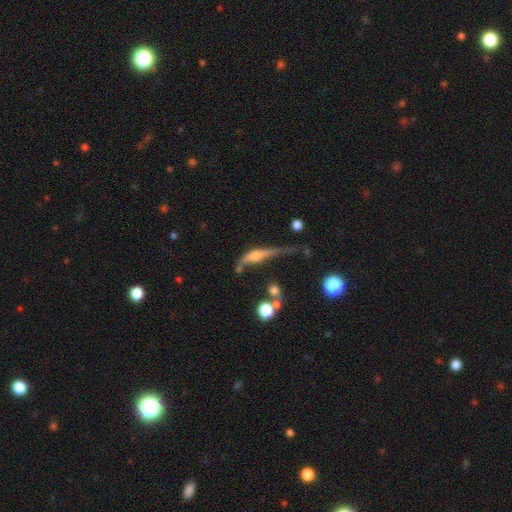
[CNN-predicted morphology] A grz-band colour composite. It shows a featured or disk galaxy (62%) viewed edge-on (78%). Merging: none (34%).